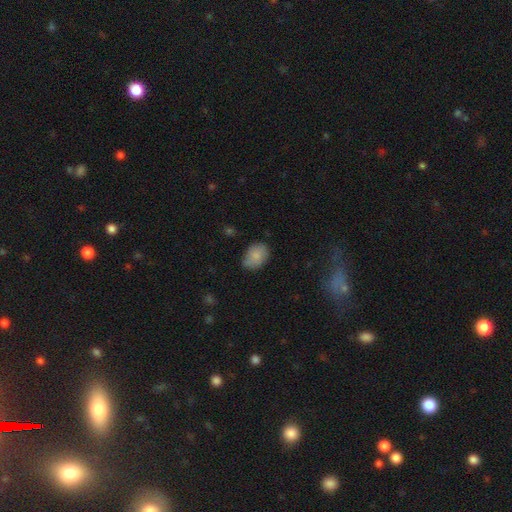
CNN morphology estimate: This is clearly a smooth galaxy (84%). How rounded: likely in between (78%). Merging: likely none (69%).